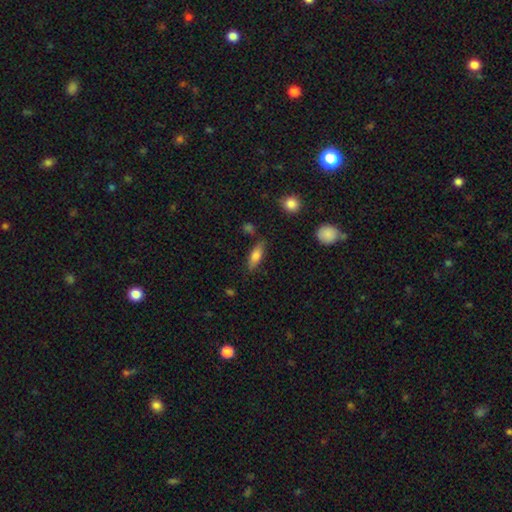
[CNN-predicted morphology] A smooth galaxy with no disk features (73%) that is in between round and cigar-shaped (59%).

Vote fractions:
- Smooth or featured? smooth: 73% / featured or disk: 20% / star or artifact: 7%
- How rounded? in between: 59% / cigar-shaped: 39% / round: 3%
- Merging? none: 78% / minor disturbance: 15% / major disturbance: 3% / merger: 3%